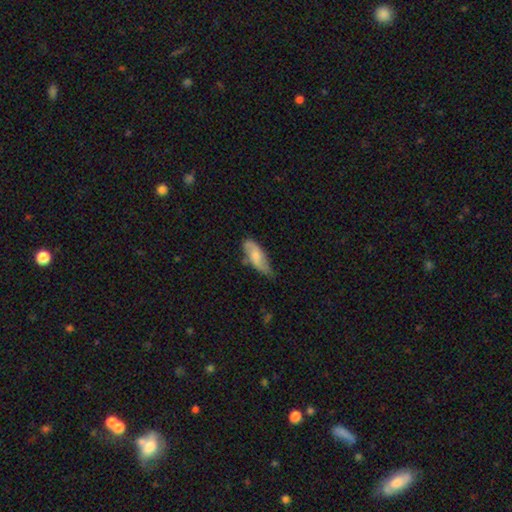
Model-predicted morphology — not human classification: type=smooth (59%); roundness=in between (79%); merging=none (46%).